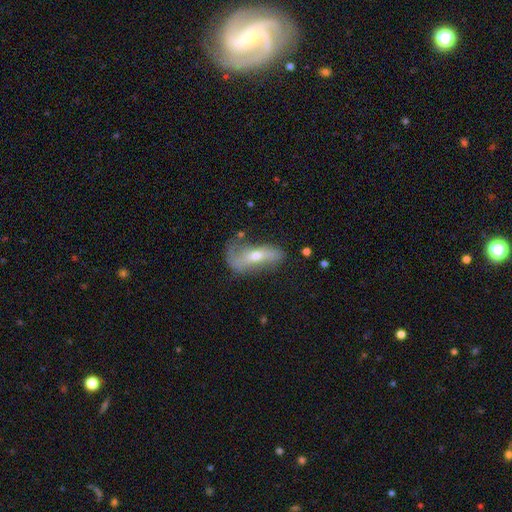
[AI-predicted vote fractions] A featured or disk galaxy (65%).

Vote fractions:
- Smooth or featured? featured or disk: 65% / smooth: 27% / star or artifact: 8%
- Edge-on disk? no: 76% / yes: 24%
- Merging? none: 48% / minor disturbance: 27% / major disturbance: 20% / merger: 4%